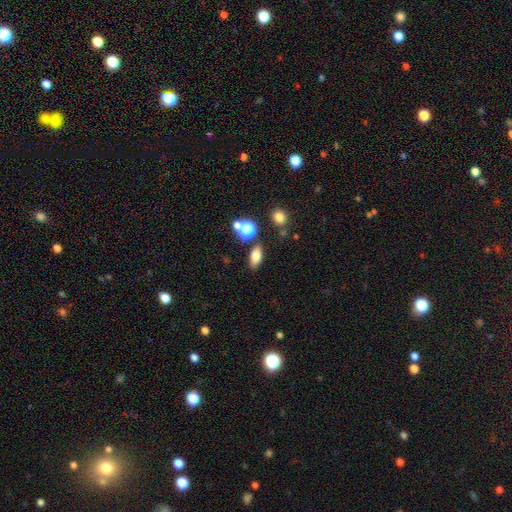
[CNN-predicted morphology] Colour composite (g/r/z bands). It shows a smooth galaxy with no disk features (74%) that is in between round and cigar-shaped (79%). Merging: none (80%).